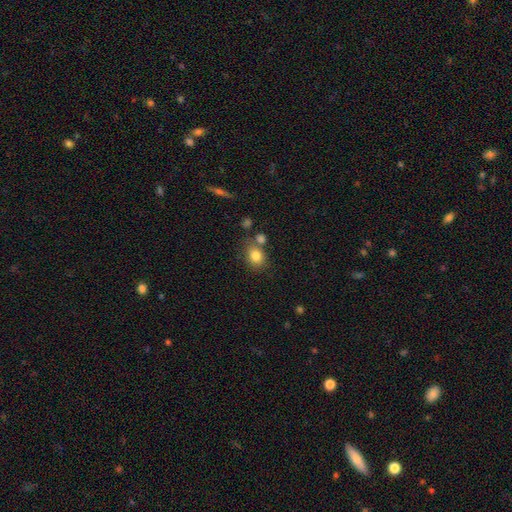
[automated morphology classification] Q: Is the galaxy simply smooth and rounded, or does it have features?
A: smooth — 81%.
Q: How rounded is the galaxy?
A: round — 59%.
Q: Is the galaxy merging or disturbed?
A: none — 64%.